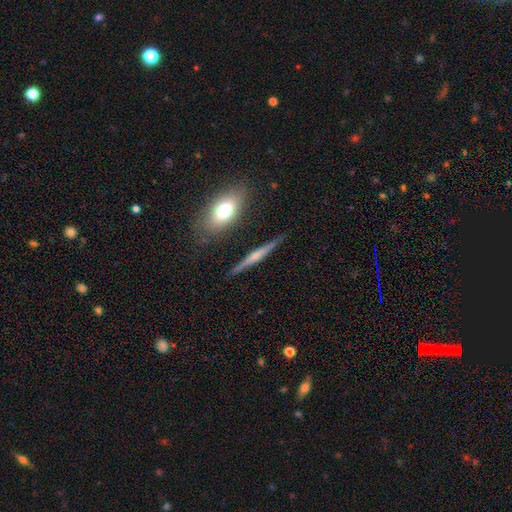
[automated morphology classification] smooth_or_featured: featured or disk (p=0.66) [alt: smooth p=0.27]
disk_edge_on: yes (p=0.96) [alt: no p=0.04]
edge_on_bulge: rounded (p=0.60) [alt: none p=0.29]
merging: none (p=0.87) [alt: minor disturbance p=0.09]